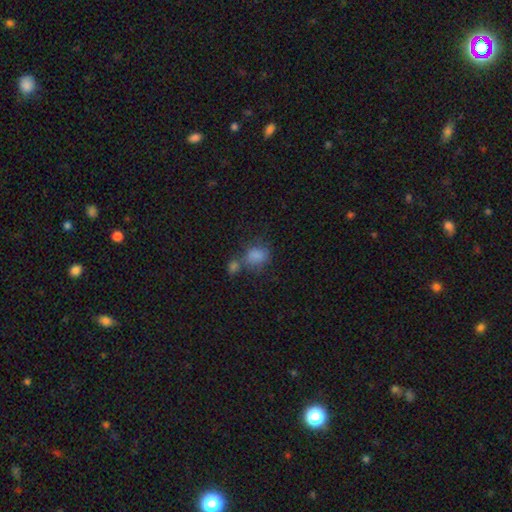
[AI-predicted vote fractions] Morphology: type=smooth (80%); roundness=round (50%); merging=none (38%).